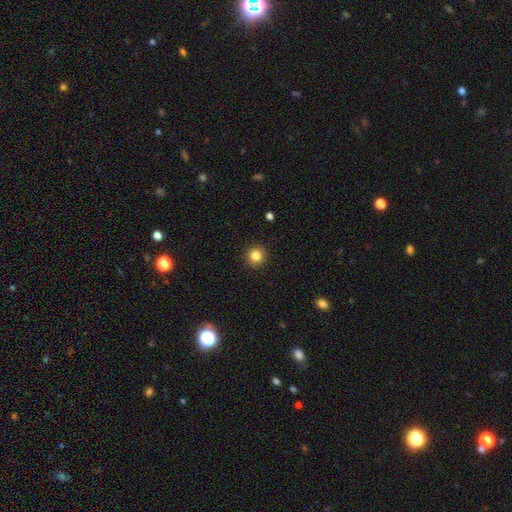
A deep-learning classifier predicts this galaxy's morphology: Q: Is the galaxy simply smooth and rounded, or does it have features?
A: smooth — 83%.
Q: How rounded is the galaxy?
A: round — 95%.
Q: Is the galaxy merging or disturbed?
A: none — 93%.